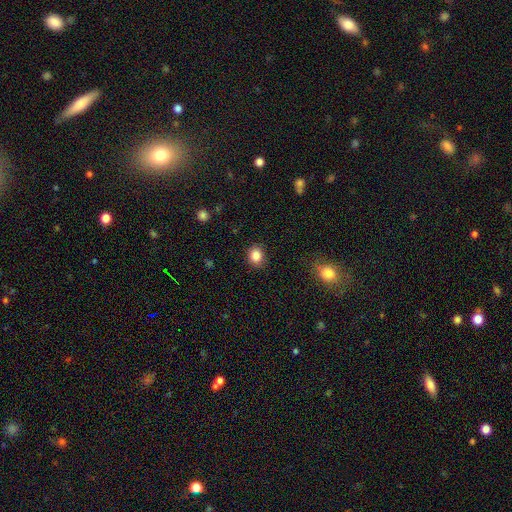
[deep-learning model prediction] A smooth galaxy with no disk features (86%) that is round (68%). Merging: none (88%).